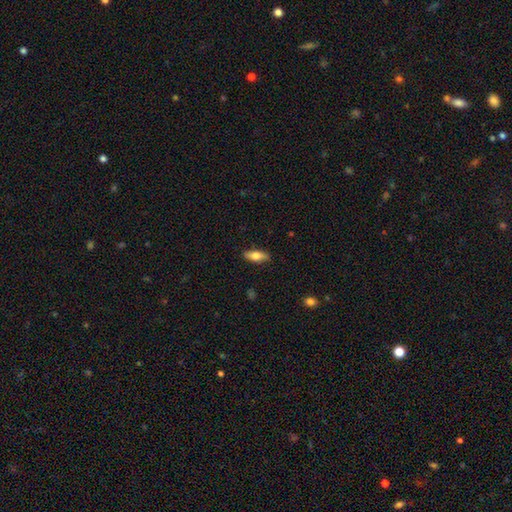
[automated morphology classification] A smooth galaxy with no disk features (69%) that is in between round and cigar-shaped (69%).

Vote fractions:
- Smooth or featured? smooth: 69% / featured or disk: 25% / star or artifact: 6%
- How rounded? in between: 69% / cigar-shaped: 28% / round: 3%
- Merging? none: 87% / minor disturbance: 10% / major disturbance: 2% / merger: 1%